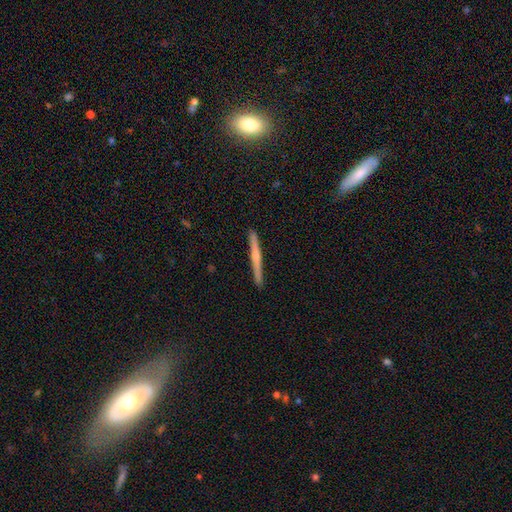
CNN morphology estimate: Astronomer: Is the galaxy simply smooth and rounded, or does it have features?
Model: featured or disk — 63%.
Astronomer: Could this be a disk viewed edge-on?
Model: yes — 98%.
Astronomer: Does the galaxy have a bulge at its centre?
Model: rounded — 67%.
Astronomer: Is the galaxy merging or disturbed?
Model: none — 92%.